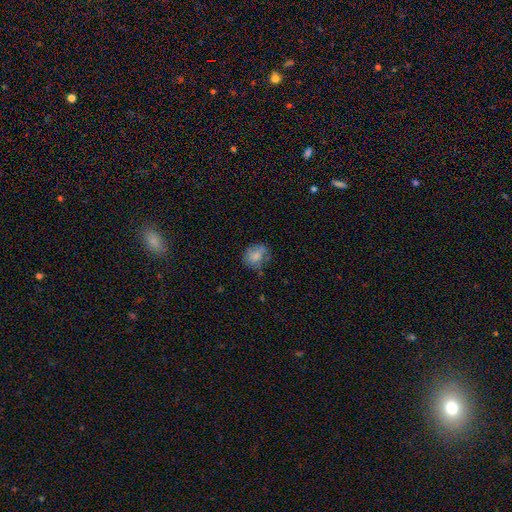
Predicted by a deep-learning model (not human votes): smooth 72%, featured or disk 18%, star or artifact 10%. Down the decision tree: how rounded — round (53%); merging — none (58%).